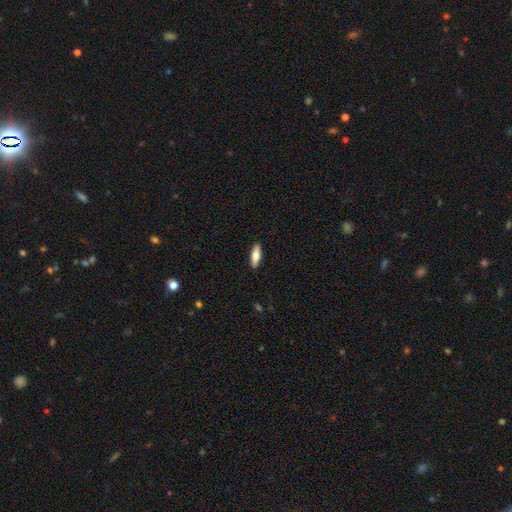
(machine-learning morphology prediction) This is likely a smooth galaxy (64%). How rounded: possibly in between (50%). Merging: clearly none (90%).